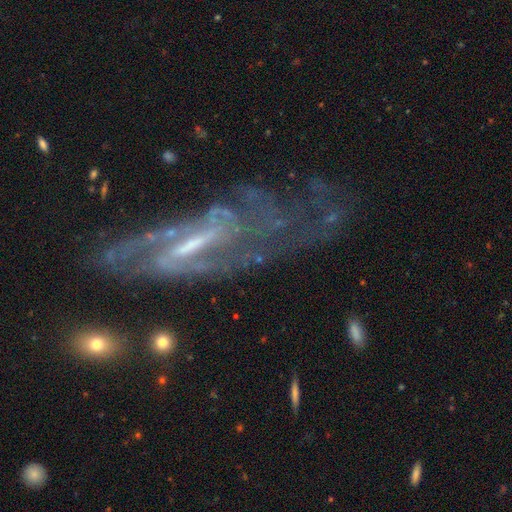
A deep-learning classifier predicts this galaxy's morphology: Q: Smooth or featured?
A: featured or disk (85%); runner-up: star or artifact (8%)
Q: Edge-on disk?
A: no (86%); runner-up: yes (14%)
Q: Bar?
A: strong (46%); runner-up: weak (39%)
Q: Spiral arms?
A: yes (92%); runner-up: no (8%)
Q: Spiral winding?
A: medium (44%); runner-up: tight (38%)
Q: Spiral arm count?
A: 2 (40%); runner-up: can't tell (32%)
Q: Bulge size?
A: small (46%); runner-up: moderate (31%)
Q: Merging?
A: none (57%); runner-up: minor disturbance (20%)